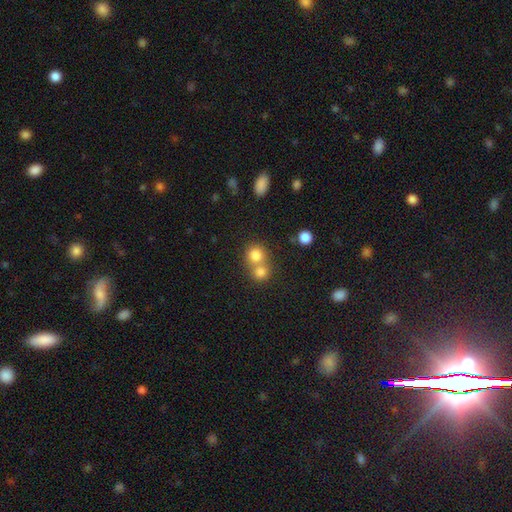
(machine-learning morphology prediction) Smooth or featured?
  - smooth: 78% *
  - star or artifact: 12%
  - featured or disk: 9%
How rounded?
  - round: 86% *
  - in between: 13%
  - cigar-shaped: 1%
Merging?
  - merger: 52% *
  - none: 40%
  - minor disturbance: 5%
  - major disturbance: 3%